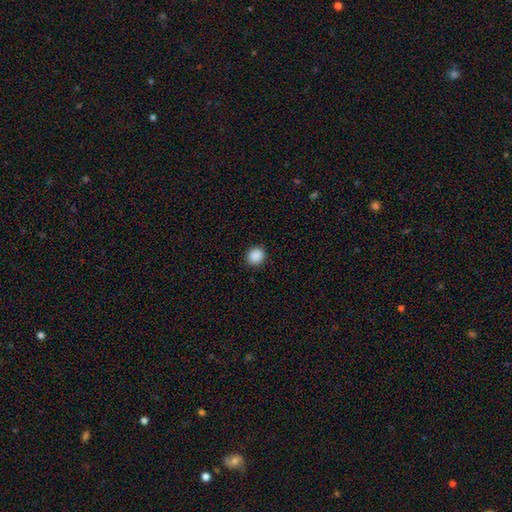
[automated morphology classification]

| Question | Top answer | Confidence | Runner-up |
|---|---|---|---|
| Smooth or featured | smooth | 89% | star or artifact (9%) |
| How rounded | round | 81% | in between (18%) |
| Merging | none | 91% | minor disturbance (6%) |